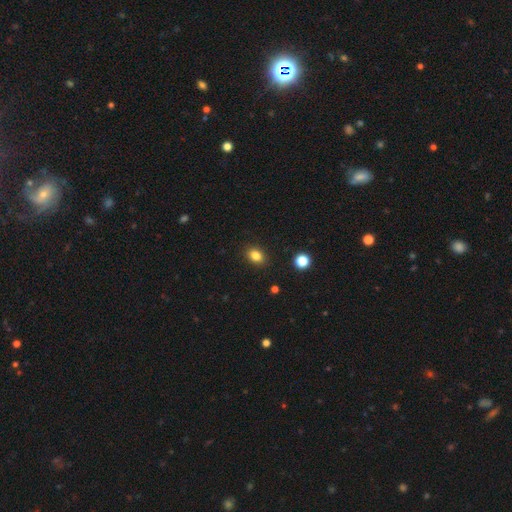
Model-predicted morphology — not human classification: smooth-or-featured: smooth: 83% | star or artifact: 12% | featured or disk: 6%
  how-rounded: in between: 63% | round: 36% | cigar-shaped: 1%
  merging: none: 88% | minor disturbance: 8% | major disturbance: 2% | merger: 1%